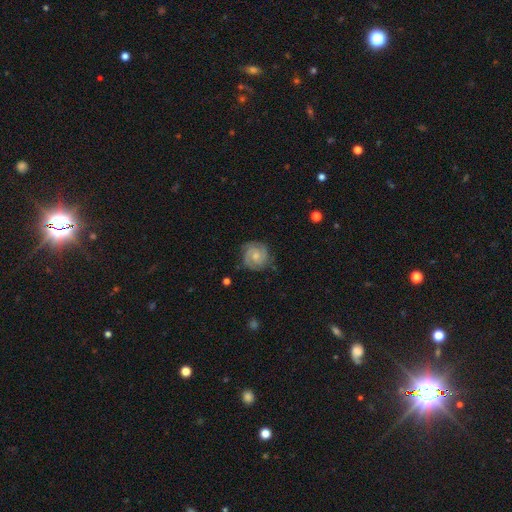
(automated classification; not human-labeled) The model was most divided on "bulge size": small: 52%, moderate: 40%, none: 5%, large: 2%, dominant: 1%. More confident: edge-on disk — no (98%); spiral arms — yes (96%); smooth or featured — featured or disk (80%); merging — none (79%); spiral winding — tight (65%); bar — no (65%); spiral arm count — 2 (63%).